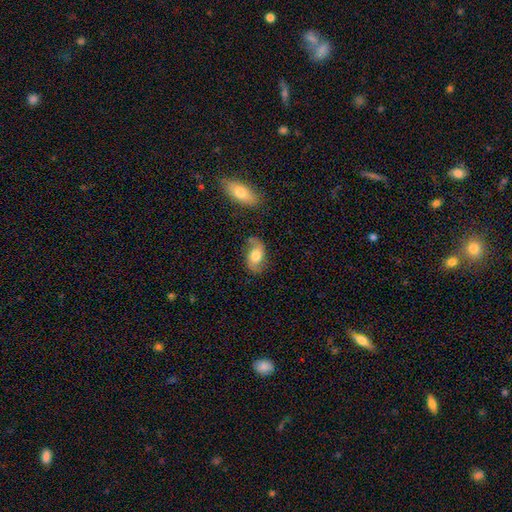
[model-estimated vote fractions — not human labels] Smooth or featured: smooth — 52% (featured or disk — 40%)
How rounded: in between — 90% (round — 8%)
Merging: none — 58% (minor disturbance — 25%)